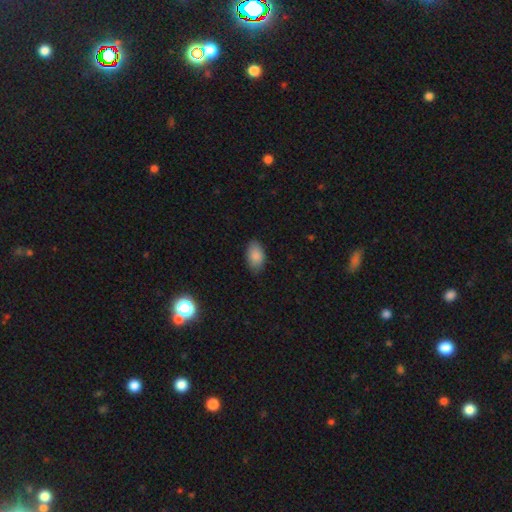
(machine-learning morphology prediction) smooth_or_featured: smooth (p=0.87) [alt: star or artifact p=0.07]
how_rounded: in between (p=0.93) [alt: round p=0.05]
merging: none (p=0.81) [alt: minor disturbance p=0.15]